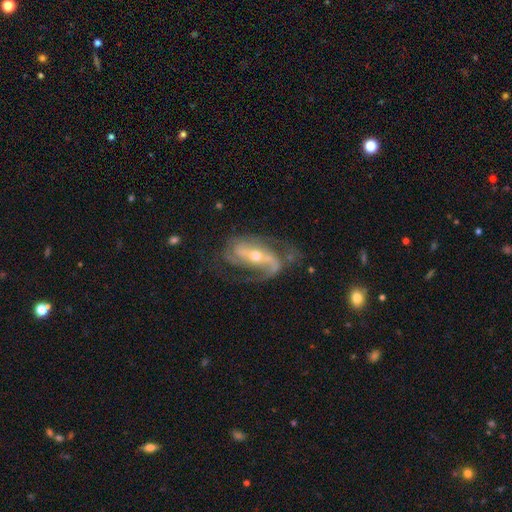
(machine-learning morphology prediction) smooth_or_featured: featured or disk (p=0.88) [alt: smooth p=0.06]
disk_edge_on: no (p=0.94) [alt: yes p=0.06]
bar: strong (p=0.48) [alt: weak p=0.30]
has_spiral_arms: yes (p=0.95) [alt: no p=0.05]
spiral_winding: medium (p=0.44) [alt: loose p=0.36]
spiral_arm_count: 2 (p=0.71) [alt: 1 p=0.09]
bulge_size: moderate (p=0.51) [alt: small p=0.45]
merging: none (p=0.55) [alt: minor disturbance p=0.22]